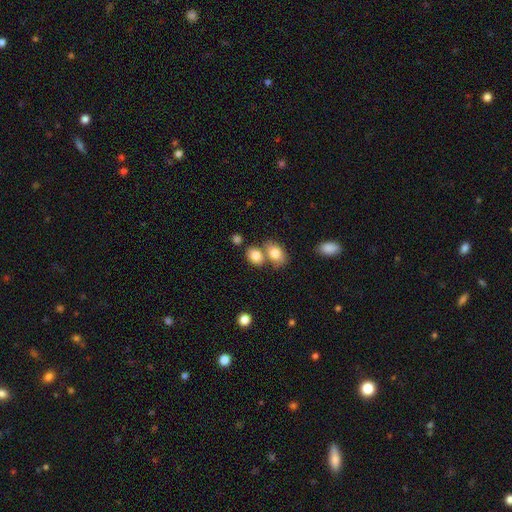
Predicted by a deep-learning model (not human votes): A smooth galaxy with no disk features (83%) that is in between round and cigar-shaped (63%).

Vote fractions:
- Smooth or featured? smooth: 83% / star or artifact: 9% / featured or disk: 8%
- How rounded? in between: 63% / round: 36% / cigar-shaped: 1%
- Merging? none: 47% / merger: 39% / minor disturbance: 10% / major disturbance: 4%